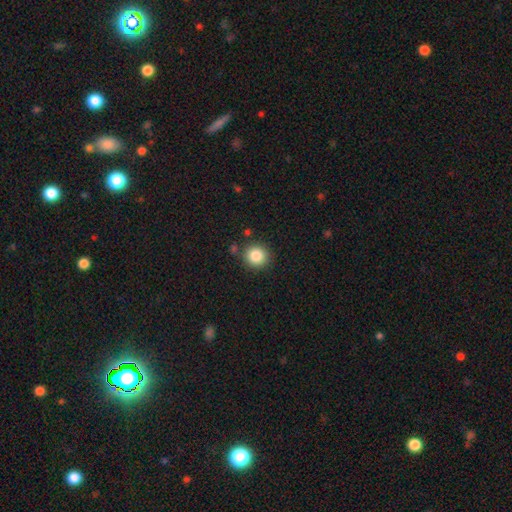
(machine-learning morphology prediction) A smooth galaxy with no disk features (85%) that is round (91%).

Vote fractions:
- Smooth or featured? smooth: 85% / star or artifact: 10% / featured or disk: 5%
- How rounded? round: 91% / in between: 8% / cigar-shaped: 1%
- Merging? none: 84% / minor disturbance: 9% / merger: 4% / major disturbance: 3%